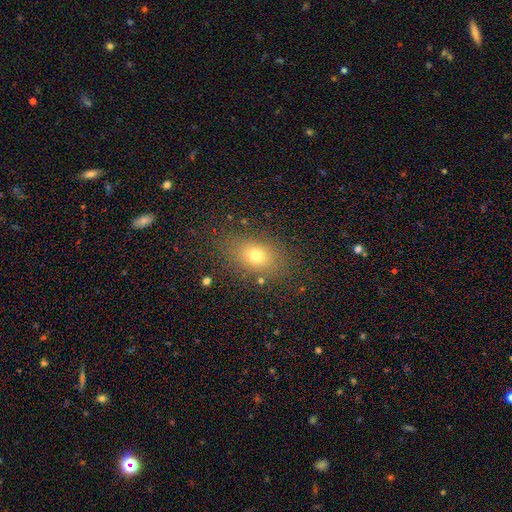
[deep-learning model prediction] Overall: smooth (72%). How rounded: in between (73%). Merging: none (83%).